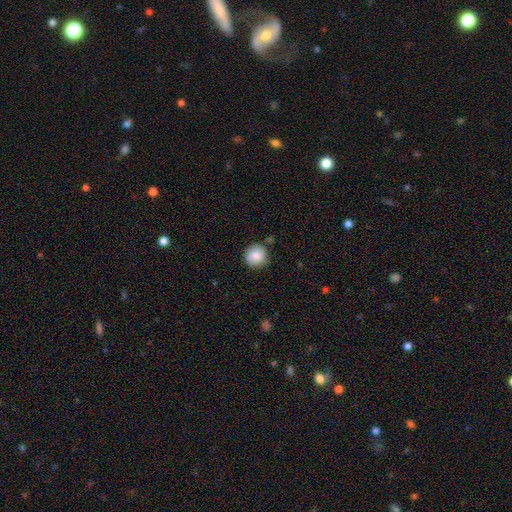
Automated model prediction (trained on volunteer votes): Smooth or featured? Predicted: smooth (p=0.84). How rounded? Predicted: round (p=0.93). Merging? Predicted: none (p=0.82).